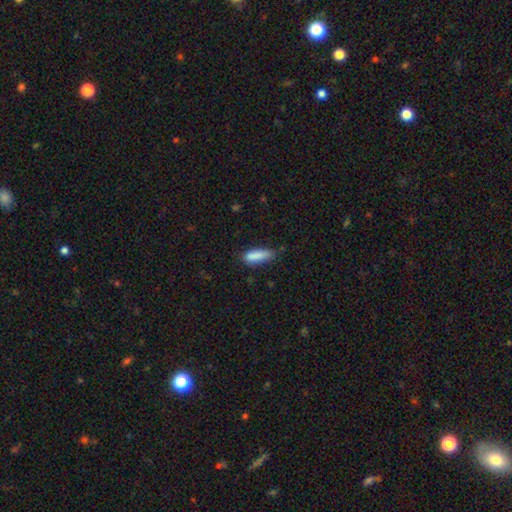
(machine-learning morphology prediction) Q: Smooth or featured?
A: smooth (86%); runner-up: star or artifact (7%)
Q: How rounded?
A: cigar-shaped (51%); runner-up: in between (47%)
Q: Merging?
A: none (64%); runner-up: minor disturbance (27%)